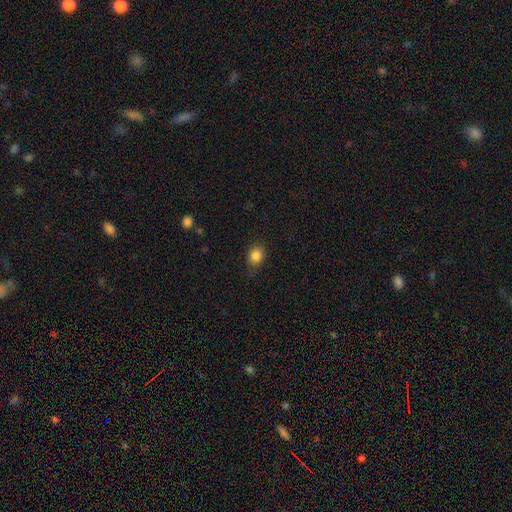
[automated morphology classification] Smooth or featured? Predicted: smooth (p=0.85). How rounded? Predicted: round (p=0.55). Merging? Predicted: none (p=0.78).